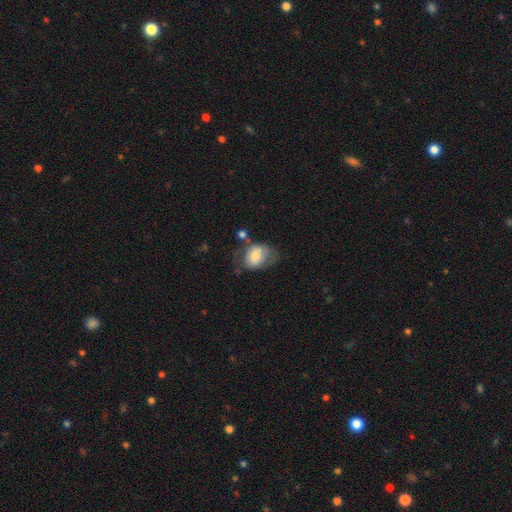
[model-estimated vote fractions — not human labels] This is likely a smooth galaxy (63%). How rounded: likely in between (71%). Merging: marginally none (38%).